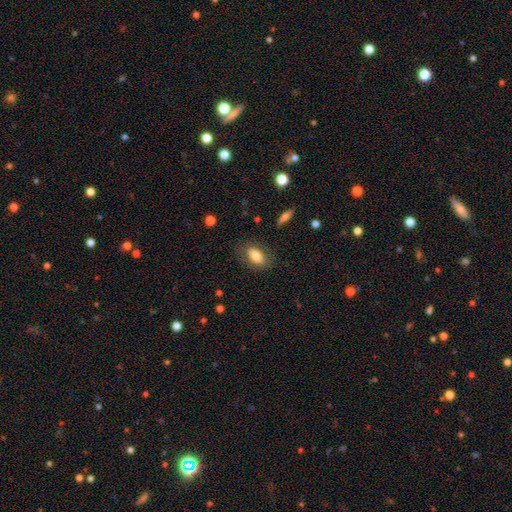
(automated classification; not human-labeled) smooth 77%, featured or disk 16%, star or artifact 7%. Down the decision tree: how rounded — in between (90%); merging — none (77%).